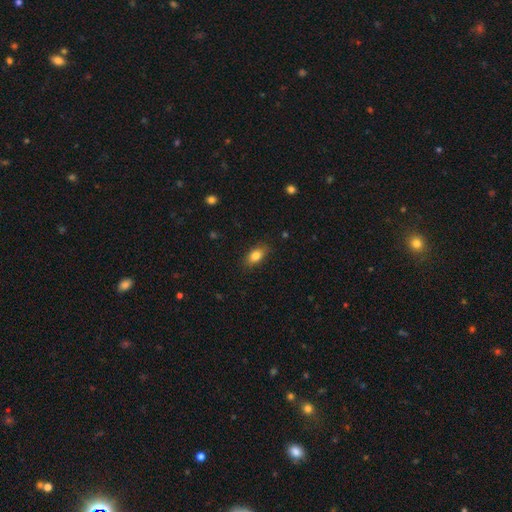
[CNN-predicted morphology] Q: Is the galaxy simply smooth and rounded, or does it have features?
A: smooth — 84%.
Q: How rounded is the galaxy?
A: in between — 86%.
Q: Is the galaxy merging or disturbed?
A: none — 84%.